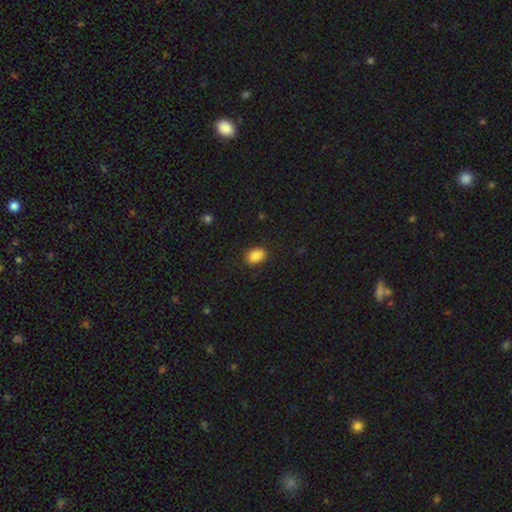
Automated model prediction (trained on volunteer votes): Smooth or featured?
  - smooth: 88% *
  - star or artifact: 8%
  - featured or disk: 3%
How rounded?
  - in between: 80% *
  - round: 19%
  - cigar-shaped: 1%
Merging?
  - none: 87% *
  - minor disturbance: 9%
  - major disturbance: 2%
  - merger: 1%